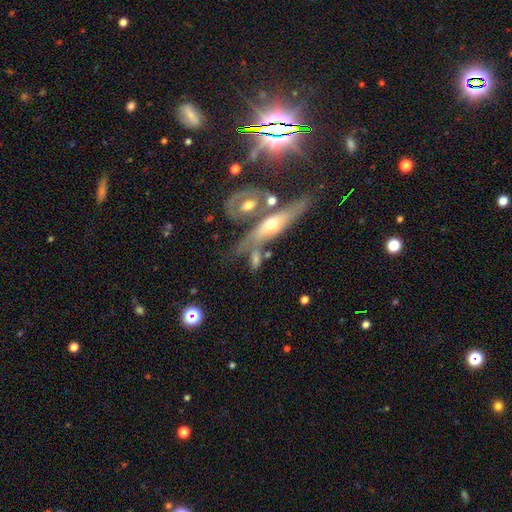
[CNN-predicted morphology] type=featured or disk (53%); edge-on=yes (56%); merging=none (39%).